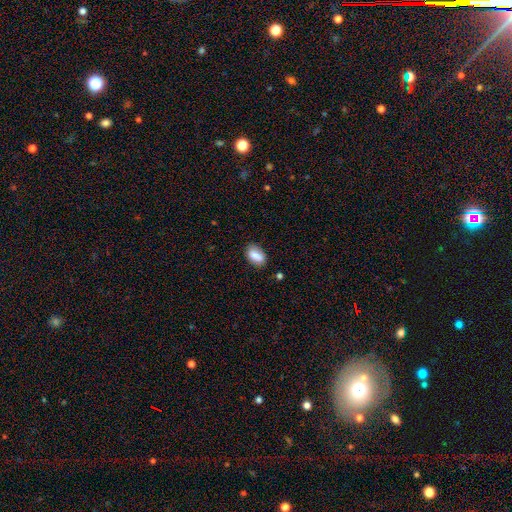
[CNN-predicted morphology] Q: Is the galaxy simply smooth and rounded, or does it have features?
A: smooth — 83%.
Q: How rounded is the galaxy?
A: in between — 88%.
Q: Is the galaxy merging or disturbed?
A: none — 75%.